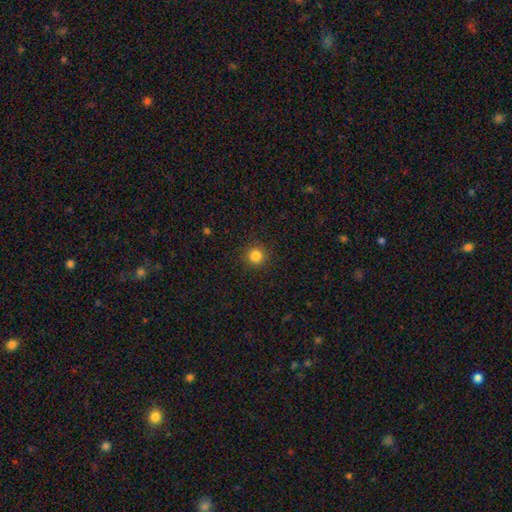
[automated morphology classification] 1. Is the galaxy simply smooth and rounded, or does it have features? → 83% smooth, 12% star or artifact, 5% featured or disk.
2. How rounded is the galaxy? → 94% round, 5% in between, 1% cigar-shaped.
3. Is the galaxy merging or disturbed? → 91% none, 6% minor disturbance, 2% major disturbance, 1% merger.